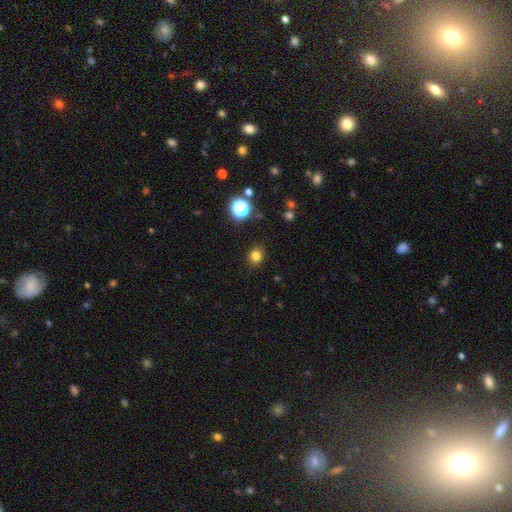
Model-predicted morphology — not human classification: A smooth galaxy with no disk features (79%) that is round (73%).

Vote fractions:
- Smooth or featured? smooth: 79% / star or artifact: 16% / featured or disk: 5%
- How rounded? round: 73% / in between: 26% / cigar-shaped: 1%
- Merging? none: 89% / minor disturbance: 8% / major disturbance: 2% / merger: 1%